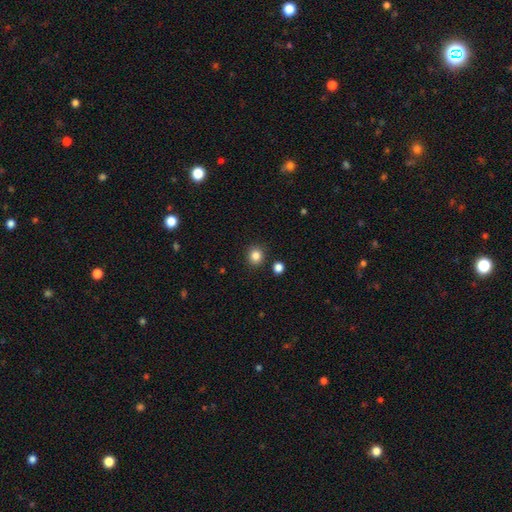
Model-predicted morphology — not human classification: A smooth galaxy with no disk features (84%) that is round (87%). Merging: none (88%).